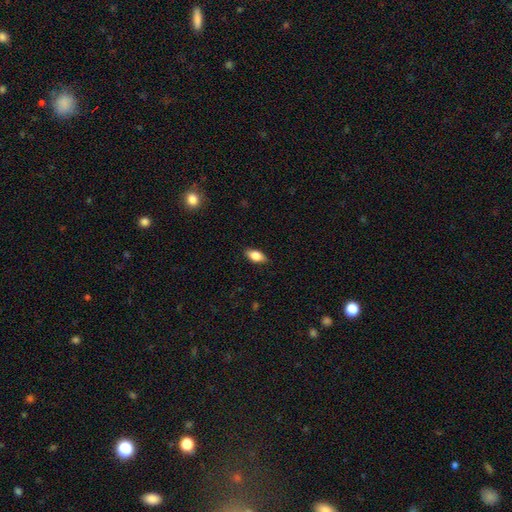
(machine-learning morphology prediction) A smooth galaxy with no disk features (80%) that is in between round and cigar-shaped (88%).

Vote fractions:
- Smooth or featured? smooth: 80% / featured or disk: 13% / star or artifact: 7%
- How rounded? in between: 88% / cigar-shaped: 8% / round: 4%
- Merging? none: 86% / minor disturbance: 11% / major disturbance: 2% / merger: 1%